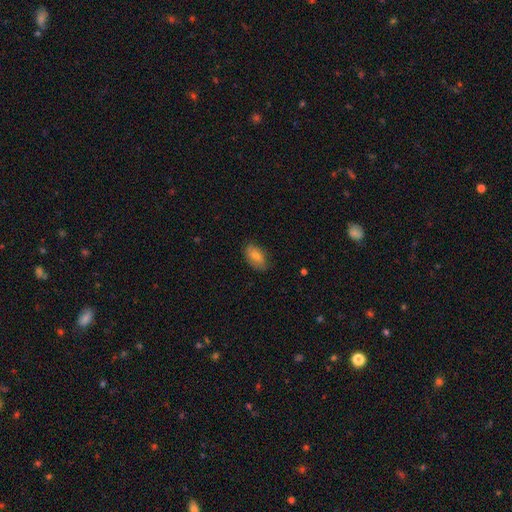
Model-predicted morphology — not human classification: This is likely a smooth galaxy (73%). How rounded: clearly in between (91%). Merging: clearly none (81%).